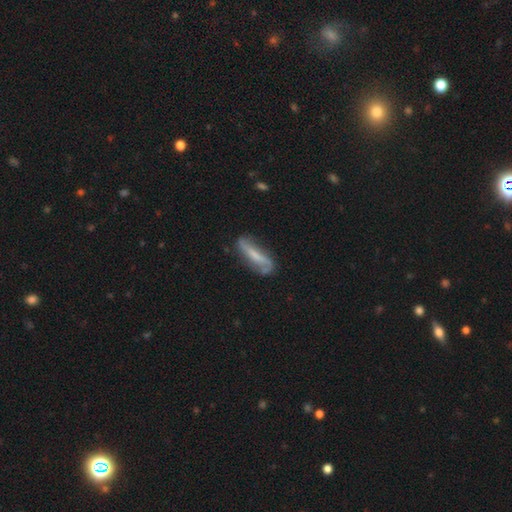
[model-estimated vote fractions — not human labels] Morphology: type=featured or disk (59%); edge-on=no (70%); merging=none (63%).